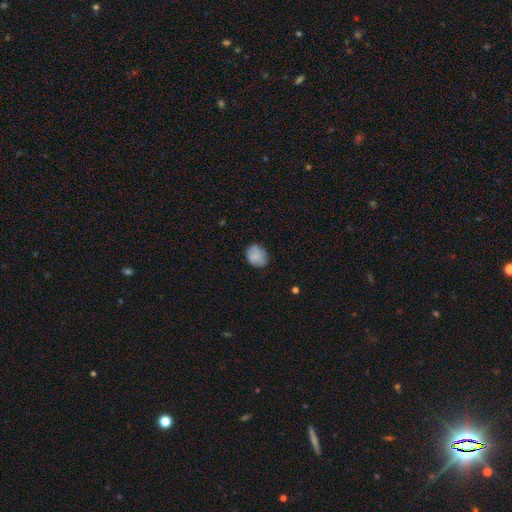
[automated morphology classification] Smooth or featured? smooth (81%)
How rounded? in between (54%)
Merging? none (69%)